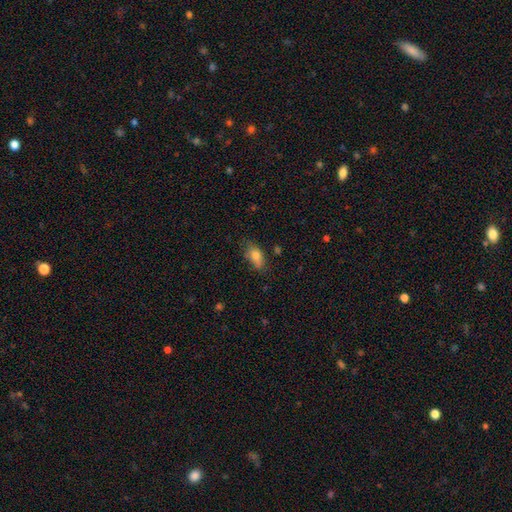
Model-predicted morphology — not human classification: Smooth or featured?
  - smooth: 80% *
  - featured or disk: 12%
  - star or artifact: 9%
How rounded?
  - in between: 87% *
  - cigar-shaped: 7%
  - round: 6%
Merging?
  - none: 67% *
  - minor disturbance: 24%
  - major disturbance: 6%
  - merger: 2%